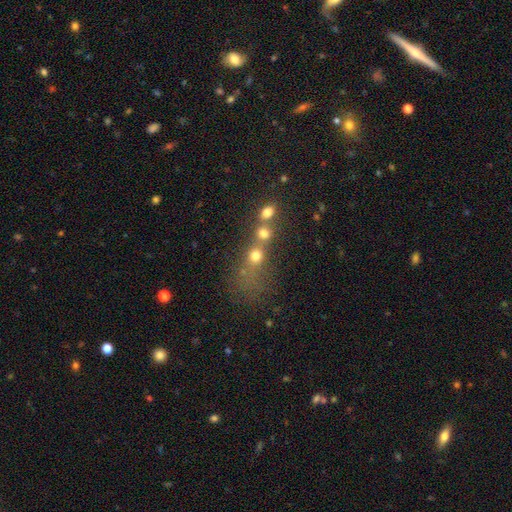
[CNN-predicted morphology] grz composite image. It shows a smooth galaxy with no disk features (61%) that is round (68%). Merging: merger (55%).